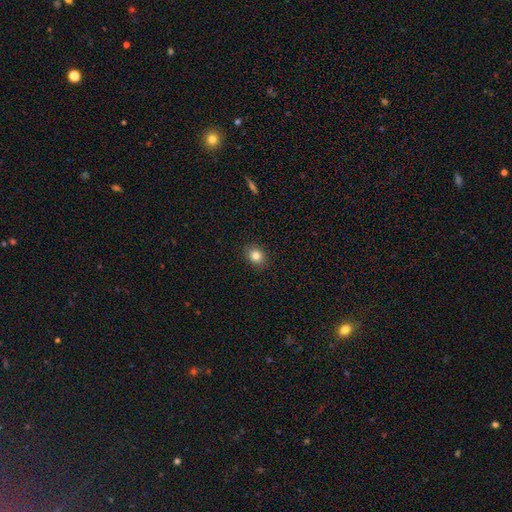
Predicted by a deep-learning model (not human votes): This appears to be a smooth galaxy with no disk features (83%) that is round (58%). Merging: none (90%).